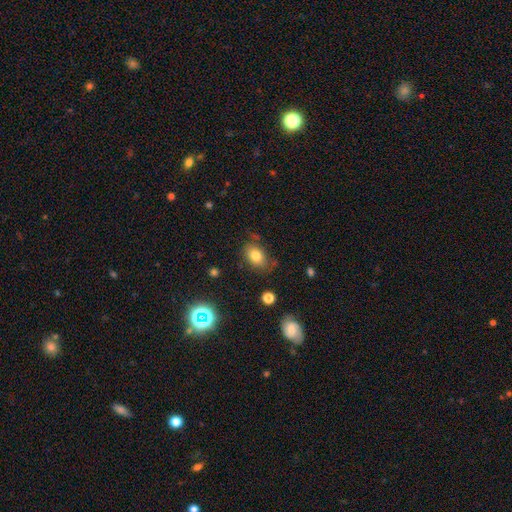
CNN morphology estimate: Overall: smooth (79%). How rounded: in between (80%). Merging: none (74%).